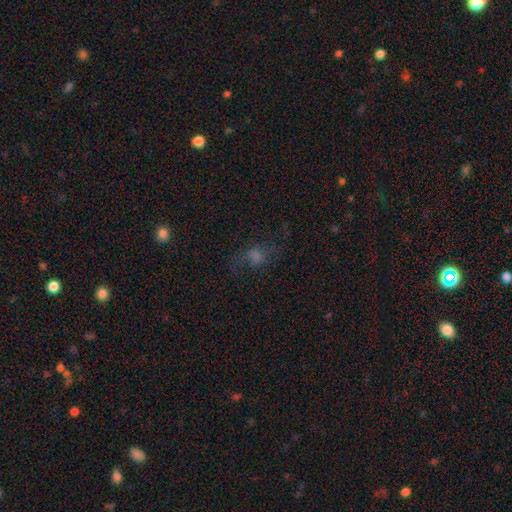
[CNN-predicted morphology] smooth_or_featured: featured or disk (p=0.37) [alt: smooth p=0.33]
merging: none (p=0.60) [alt: major disturbance p=0.19]